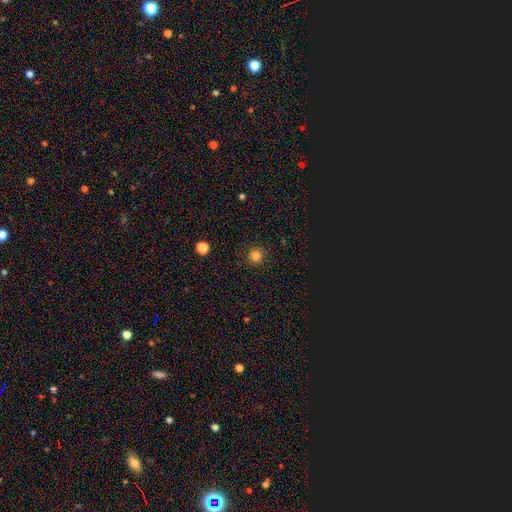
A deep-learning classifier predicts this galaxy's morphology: type=smooth (81%); roundness=round (94%); merging=none (90%).